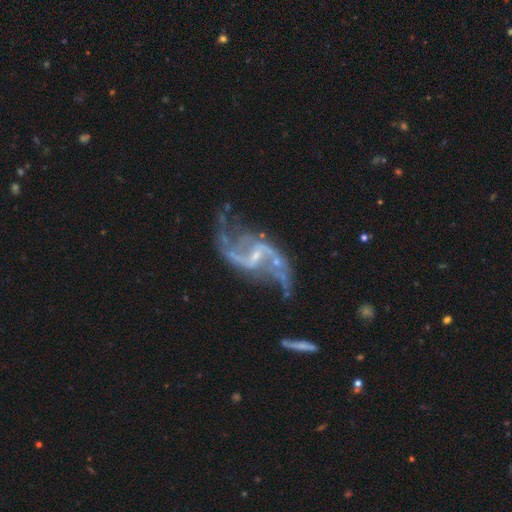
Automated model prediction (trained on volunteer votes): smooth-or-featured: featured or disk: 91% | star or artifact: 6% | smooth: 3%
  disk-edge-on: no: 97% | yes: 3%
    bar: weak: 48% | strong: 31% | no: 21%
    has-spiral-arms: yes: 96% | no: 4%
      spiral-winding: loose: 83% | medium: 13% | tight: 4%
      spiral-arm-count: 2: 92% | can't tell: 2% | 1: 2% | 3: 1% | 4: 1% | more than 4: 1%
    bulge-size: small: 71% | none: 16% | moderate: 12% | large: 1% | dominant: 1%
  merging: none: 53% | major disturbance: 19% | minor disturbance: 19% | merger: 9%